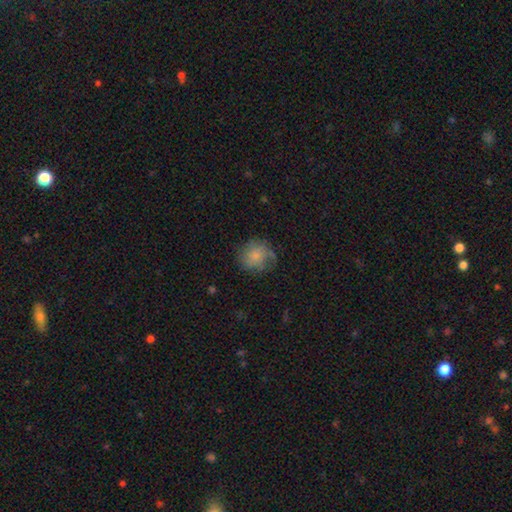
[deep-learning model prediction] A smooth galaxy with no disk features (70%) that is round (81%).

Vote fractions:
- Smooth or featured? smooth: 70% / featured or disk: 21% / star or artifact: 9%
- How rounded? round: 81% / in between: 18% / cigar-shaped: 1%
- Merging? none: 59% / minor disturbance: 25% / major disturbance: 14% / merger: 2%